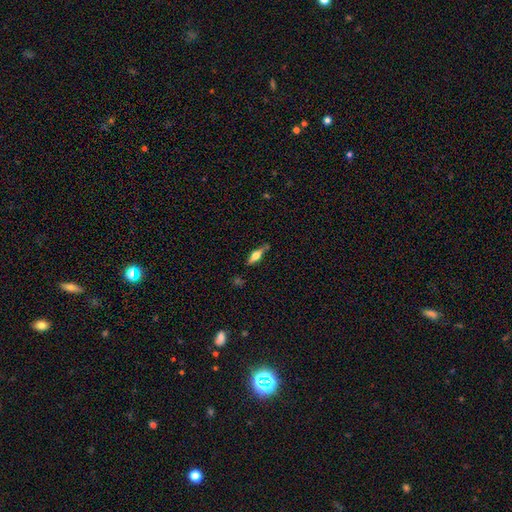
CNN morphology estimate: Q: Smooth or featured?
A: featured or disk (48%); runner-up: smooth (45%)
Q: Merging?
A: none (76%); runner-up: minor disturbance (16%)